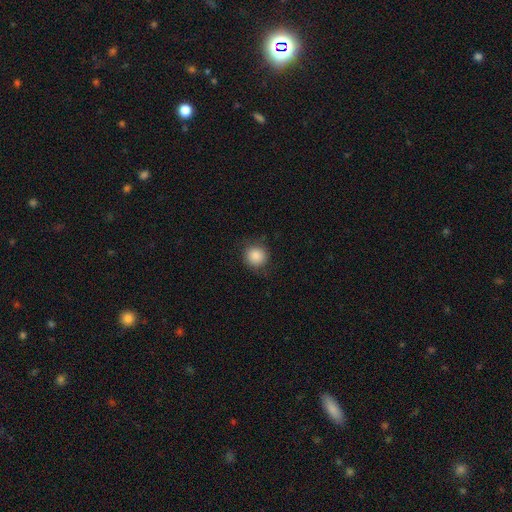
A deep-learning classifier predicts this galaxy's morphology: type=smooth (87%); roundness=round (91%); merging=none (85%).